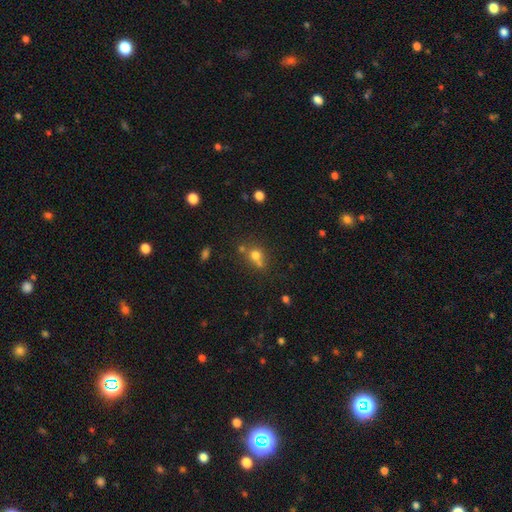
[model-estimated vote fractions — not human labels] smooth-or-featured: smooth: 70% | star or artifact: 17% | featured or disk: 13%
  how-rounded: round: 80% | in between: 19% | cigar-shaped: 1%
  merging: none: 47% | merger: 36% | minor disturbance: 12% | major disturbance: 6%